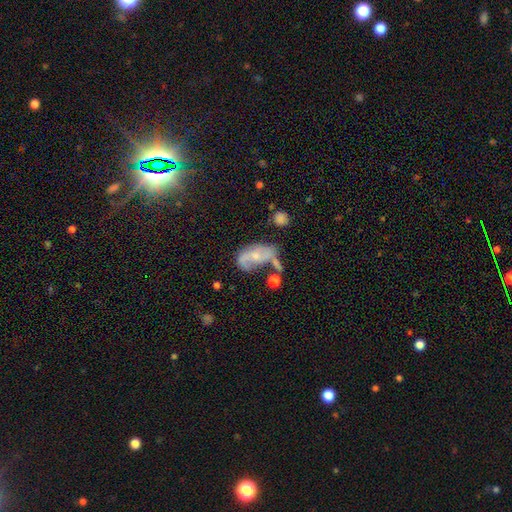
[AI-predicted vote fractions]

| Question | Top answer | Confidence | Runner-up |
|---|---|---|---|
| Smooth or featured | featured or disk | 59% | smooth (31%) |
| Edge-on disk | no | 95% | yes (5%) |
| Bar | no | 66% | weak (26%) |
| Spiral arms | yes | 71% | no (29%) |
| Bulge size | small | 61% | moderate (29%) |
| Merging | none | 28% | major disturbance (27%) |